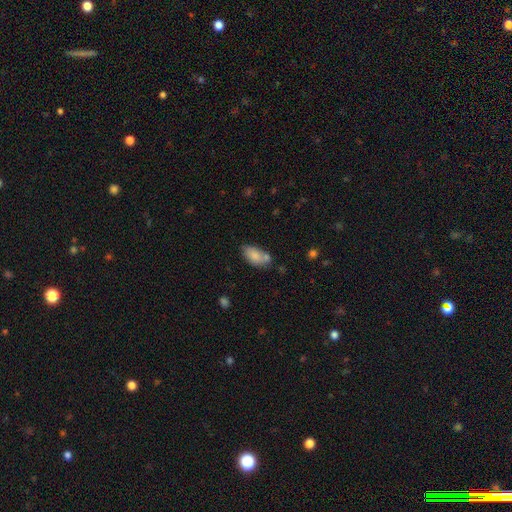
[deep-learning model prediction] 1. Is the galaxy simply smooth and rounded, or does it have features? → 80% smooth, 12% featured or disk, 8% star or artifact.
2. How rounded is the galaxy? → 92% in between, 5% round, 4% cigar-shaped.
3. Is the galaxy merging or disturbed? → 51% none, 23% merger, 20% minor disturbance, 6% major disturbance.